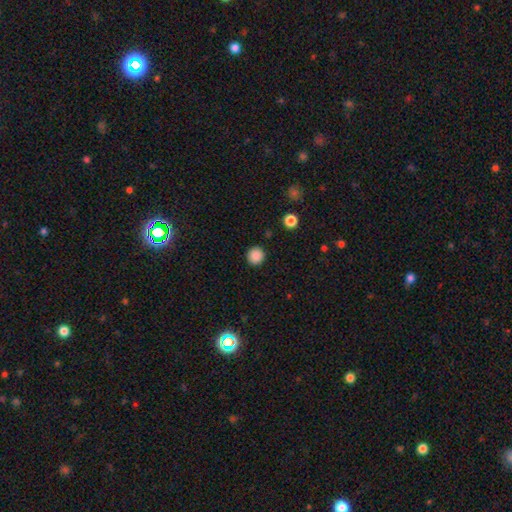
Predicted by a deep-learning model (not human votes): The model was most divided on "smooth or featured": smooth: 87%, star or artifact: 11%, featured or disk: 3%. More confident: how rounded — round (93%); merging — none (91%).